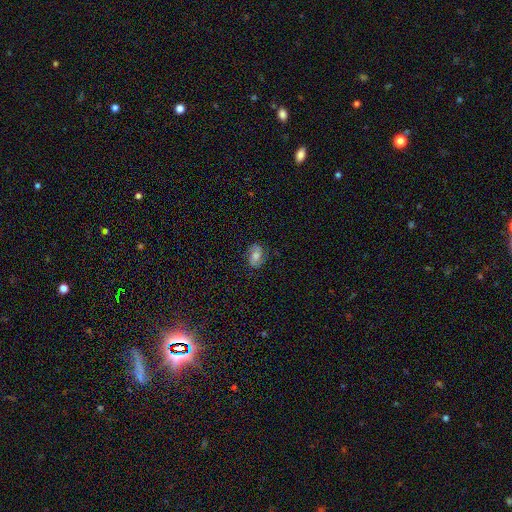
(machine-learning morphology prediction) type=featured or disk (47%); merging=none (81%).